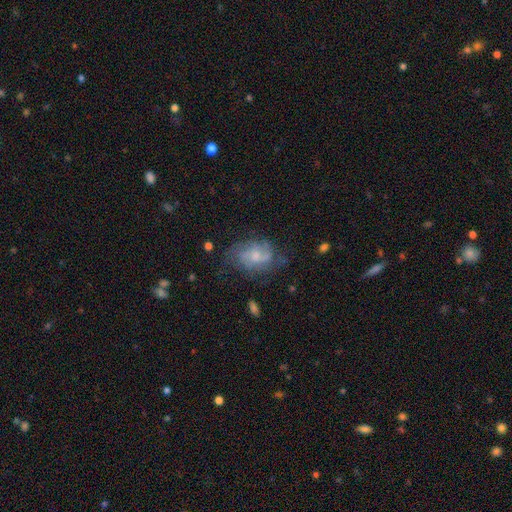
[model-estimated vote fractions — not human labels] This appears to be a featured or disk galaxy (63%) with no bar (66%), spiral arms (81%) and a moderate central bulge (42%). Merging: none (56%).